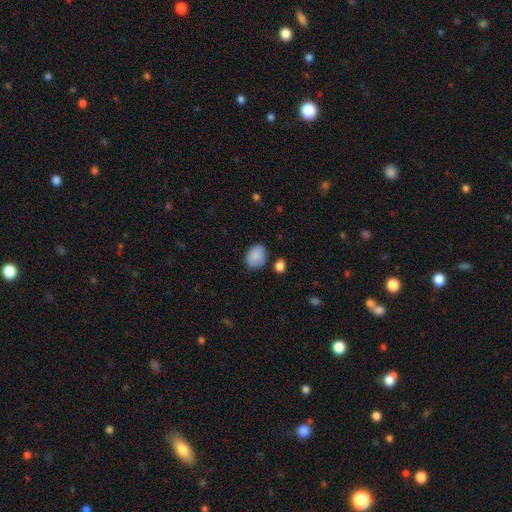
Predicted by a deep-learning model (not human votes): A smooth galaxy with no disk features (87%) that is in between round and cigar-shaped (67%). Merging: none (74%).